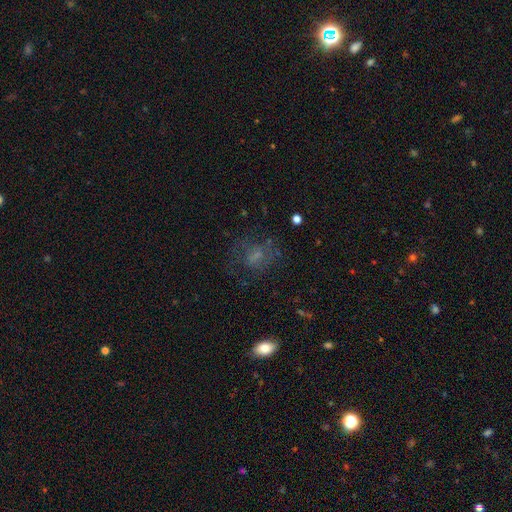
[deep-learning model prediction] Smooth or featured?
  - smooth: 43% *
  - featured or disk: 37%
  - star or artifact: 20%
Merging?
  - none: 55% *
  - major disturbance: 23%
  - minor disturbance: 19%
  - merger: 2%